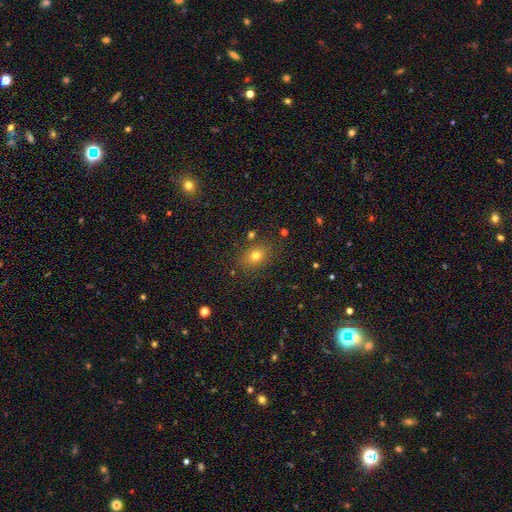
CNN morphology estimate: smooth 74%, star or artifact 15%, featured or disk 10%. Down the decision tree: how rounded — in between (58%); merging — none (82%).